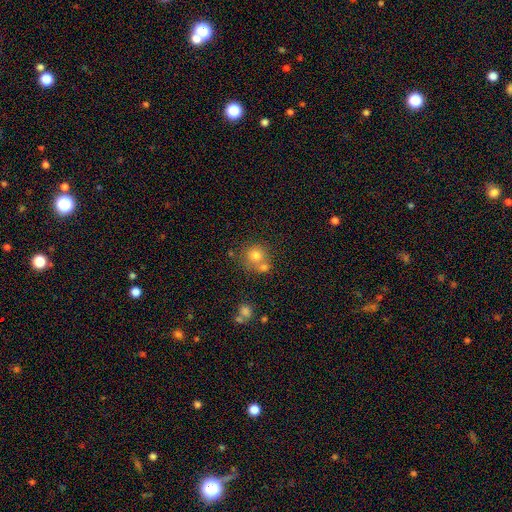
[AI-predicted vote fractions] Q: Smooth or featured?
A: smooth (75%); runner-up: featured or disk (14%)
Q: How rounded?
A: round (86%); runner-up: in between (13%)
Q: Merging?
A: none (49%); runner-up: merger (37%)